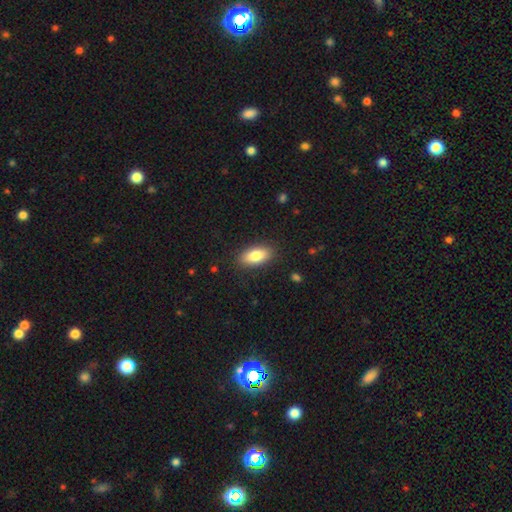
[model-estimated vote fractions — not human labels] smooth 83%, featured or disk 10%, star or artifact 7%. Down the decision tree: how rounded — in between (89%); merging — none (87%).